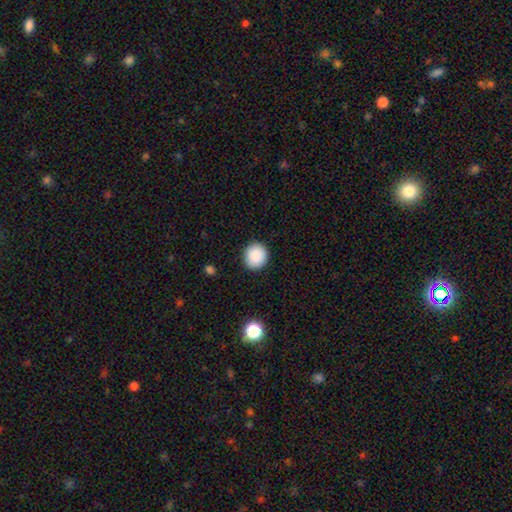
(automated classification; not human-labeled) Smooth or featured?
  - smooth: 88% *
  - star or artifact: 8%
  - featured or disk: 4%
How rounded?
  - round: 83% *
  - in between: 16%
  - cigar-shaped: 1%
Merging?
  - none: 90% *
  - minor disturbance: 7%
  - major disturbance: 2%
  - merger: 1%